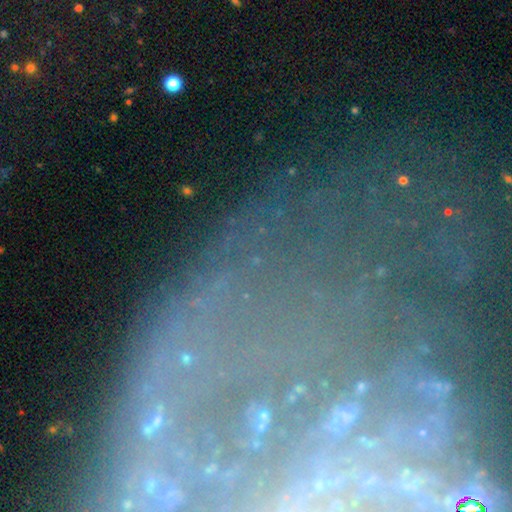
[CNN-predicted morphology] Smooth or featured? featured or disk (49%)
Merging? none (63%)